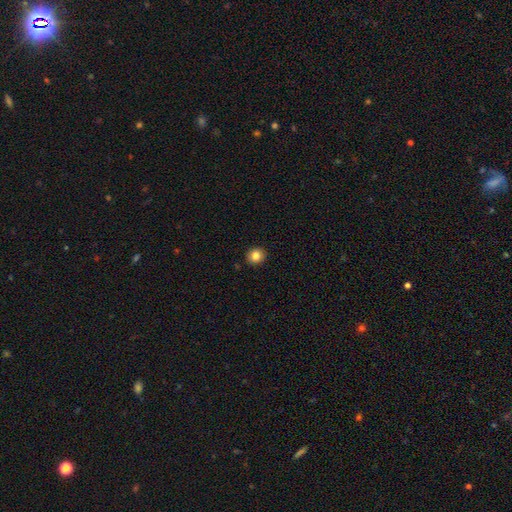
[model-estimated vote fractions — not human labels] Smooth or featured? smooth (84%)
How rounded? round (84%)
Merging? none (92%)